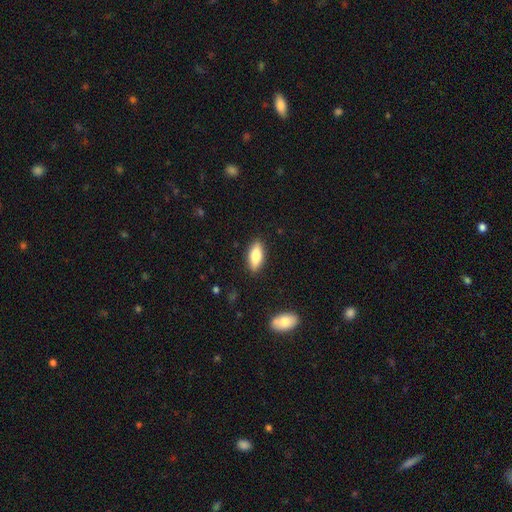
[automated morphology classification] Smooth or featured: smooth — 77% (featured or disk — 17%)
How rounded: in between — 77% (cigar-shaped — 21%)
Merging: none — 88% (minor disturbance — 9%)